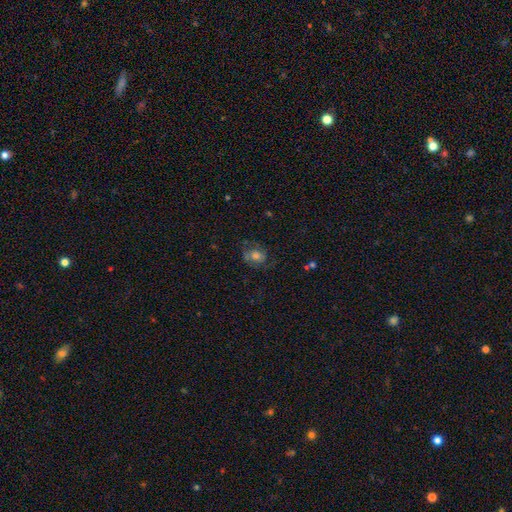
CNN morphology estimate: Smooth or featured? featured or disk (46%)
Merging? none (62%)